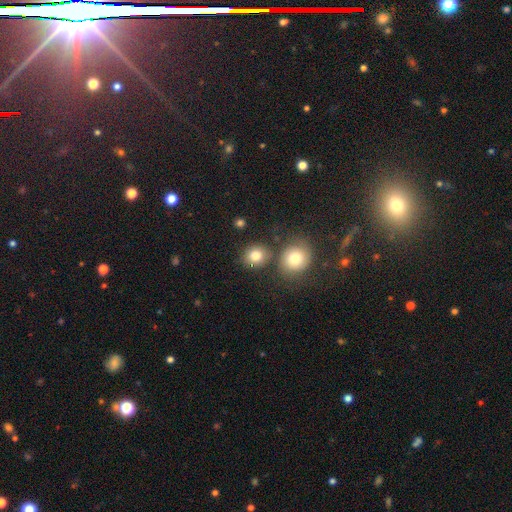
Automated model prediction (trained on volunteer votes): Q: Smooth or featured?
A: smooth (81%); runner-up: star or artifact (11%)
Q: How rounded?
A: round (78%); runner-up: in between (21%)
Q: Merging?
A: none (74%); runner-up: merger (13%)